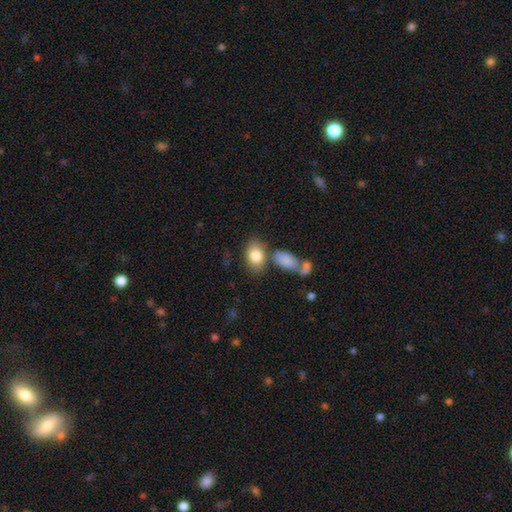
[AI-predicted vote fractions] smooth 82%, featured or disk 11%, star or artifact 7%. Down the decision tree: how rounded — in between (84%); merging — none (61%).